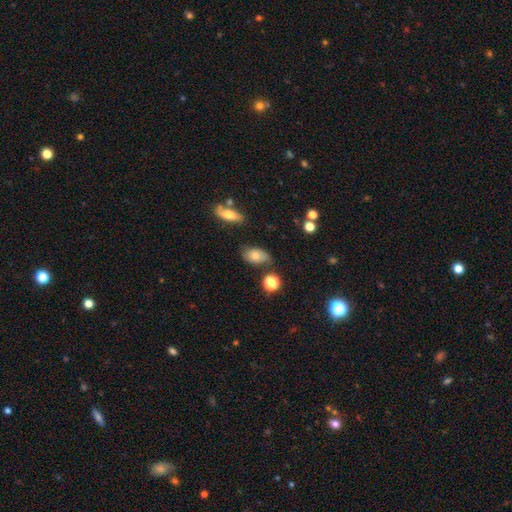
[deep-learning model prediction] A smooth galaxy with no disk features (69%) that is in between round and cigar-shaped (86%).

Vote fractions:
- Smooth or featured? smooth: 69% / featured or disk: 21% / star or artifact: 10%
- How rounded? in between: 86% / round: 11% / cigar-shaped: 3%
- Merging? none: 65% / minor disturbance: 23% / merger: 6% / major disturbance: 6%